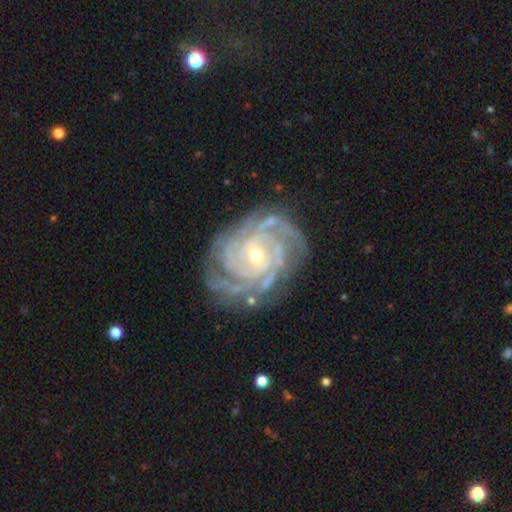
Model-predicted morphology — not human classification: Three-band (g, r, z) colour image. It shows a featured or disk galaxy (92%) with no bar (61%), 4 (27%) tight (77%) spiral arms (98%) and a small central bulge (58%). Merging: none (76%).